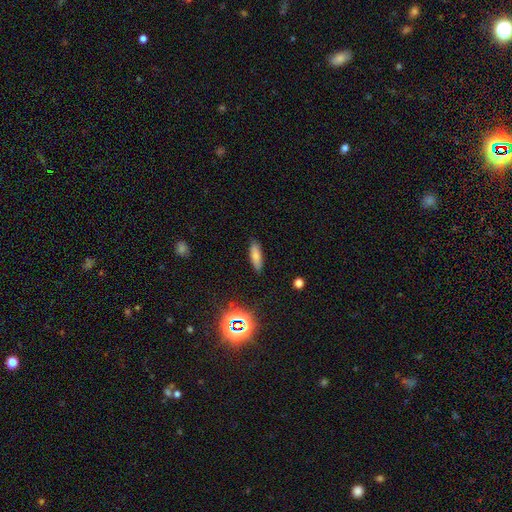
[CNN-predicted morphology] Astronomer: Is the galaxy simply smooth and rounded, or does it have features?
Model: smooth — 76%.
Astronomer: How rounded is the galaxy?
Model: cigar-shaped — 49% (runner-up: in between, 48%).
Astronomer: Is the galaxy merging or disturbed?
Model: none — 88%.